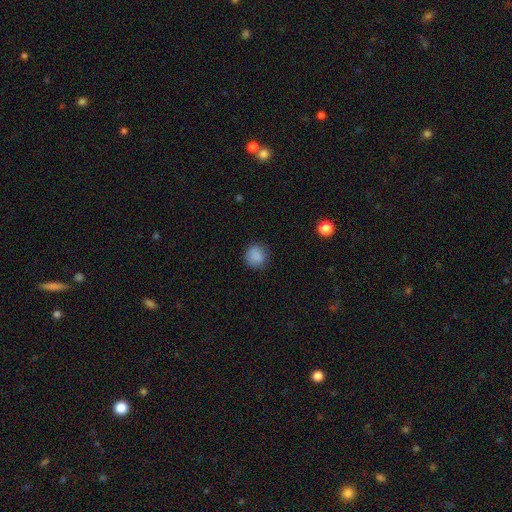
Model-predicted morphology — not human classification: Overall: smooth (87%). How rounded: round (88%). Merging: none (84%).